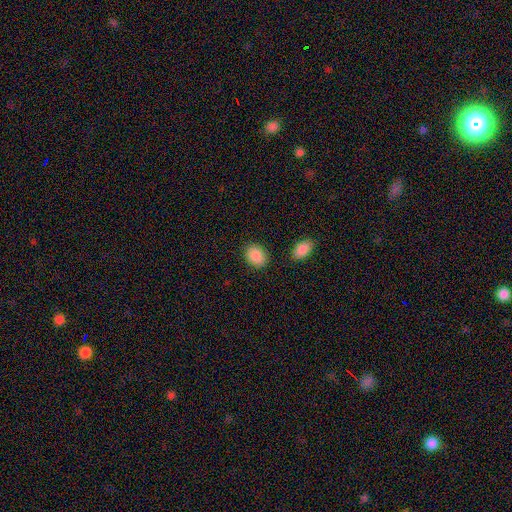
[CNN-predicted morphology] The model was most divided on "how rounded": in between: 61%, round: 38%, cigar-shaped: 1%. More confident: smooth or featured — smooth (89%); merging — none (85%).